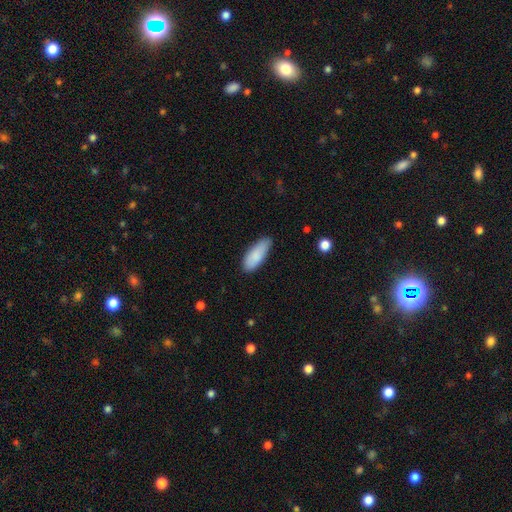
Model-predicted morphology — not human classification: The model was most divided on "how rounded": in between: 75%, cigar-shaped: 23%, round: 2%. More confident: smooth or featured — smooth (87%); merging — none (77%).